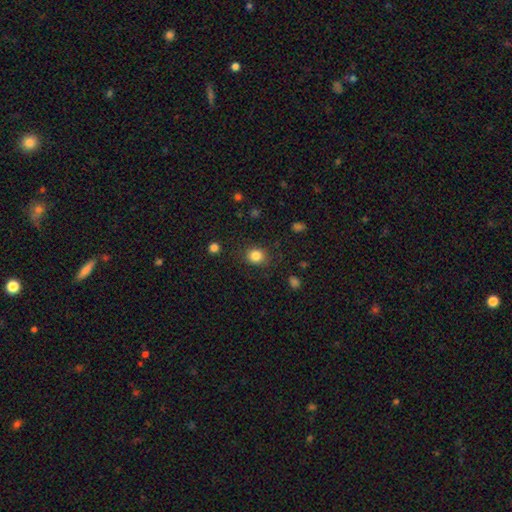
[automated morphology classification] Smooth or featured: smooth — 84% (star or artifact — 11%)
How rounded: round — 75% (in between — 24%)
Merging: none — 84% (minor disturbance — 11%)